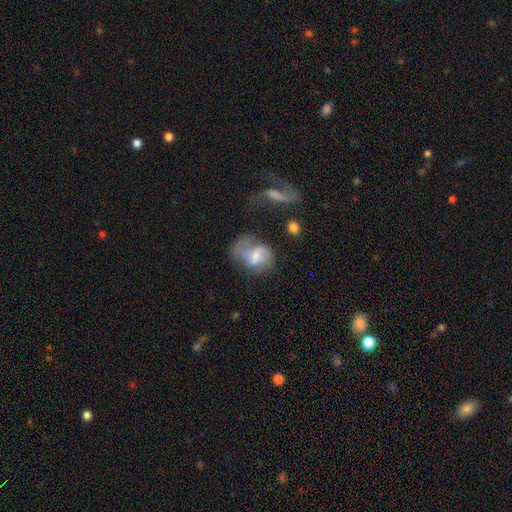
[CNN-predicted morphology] This appears to be a featured or disk galaxy (53%) with a weak bar (48%), spiral arms (71%) and a moderate central bulge (37%). Merging: major disturbance (34%).